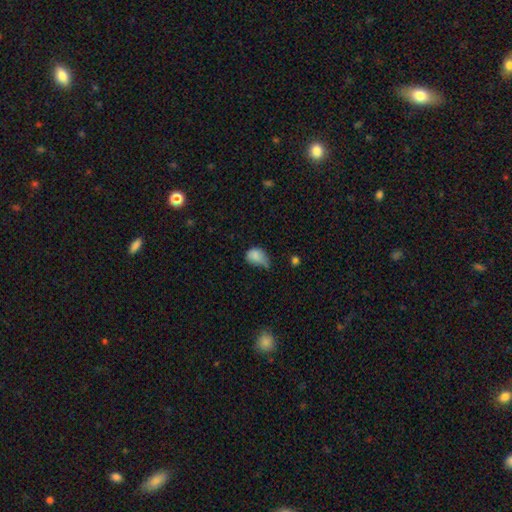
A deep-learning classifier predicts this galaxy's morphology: smooth-or-featured: smooth: 81% | star or artifact: 9% | featured or disk: 9%
  how-rounded: in between: 73% | round: 25% | cigar-shaped: 1%
  merging: minor disturbance: 45% | major disturbance: 27% | none: 23% | merger: 5%